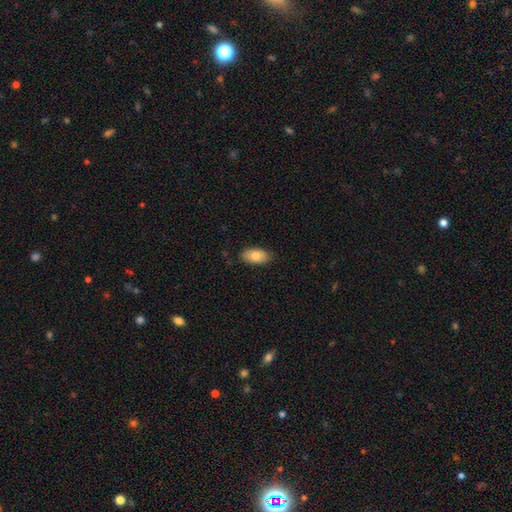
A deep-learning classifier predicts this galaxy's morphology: Smooth or featured?
  - smooth: 81% *
  - featured or disk: 13%
  - star or artifact: 7%
How rounded?
  - in between: 94% *
  - round: 4%
  - cigar-shaped: 3%
Merging?
  - none: 86% *
  - minor disturbance: 11%
  - major disturbance: 2%
  - merger: 1%